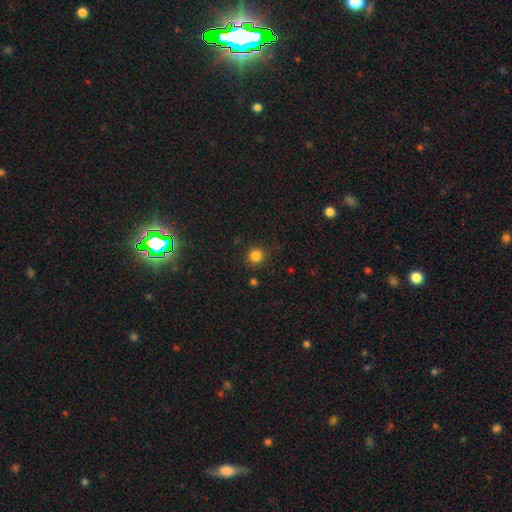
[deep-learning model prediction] smooth_or_featured: smooth (p=0.83) [alt: star or artifact p=0.13]
how_rounded: round (p=0.92) [alt: in between p=0.07]
merging: none (p=0.89) [alt: minor disturbance p=0.07]